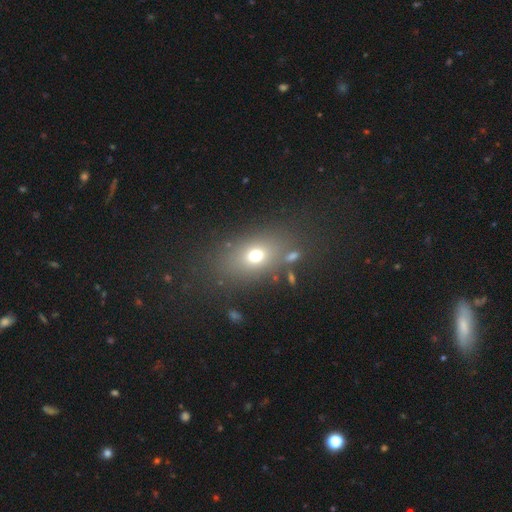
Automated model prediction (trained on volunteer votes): smooth 67%, star or artifact 17%, featured or disk 16%. Down the decision tree: how rounded — in between (65%); merging — none (75%).